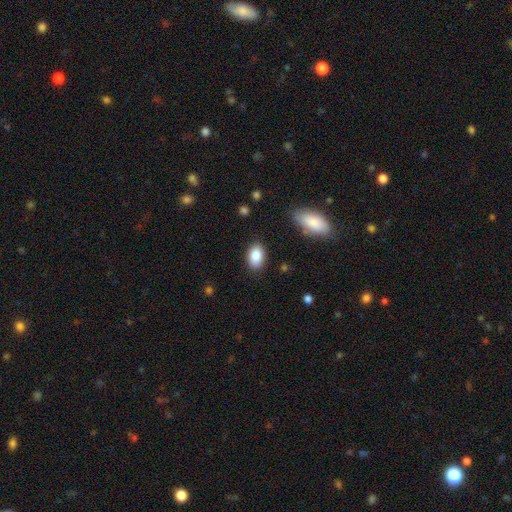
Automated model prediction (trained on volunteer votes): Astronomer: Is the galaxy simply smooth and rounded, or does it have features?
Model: smooth — 87%.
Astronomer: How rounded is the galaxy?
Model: in between — 89%.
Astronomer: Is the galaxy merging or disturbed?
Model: none — 86%.